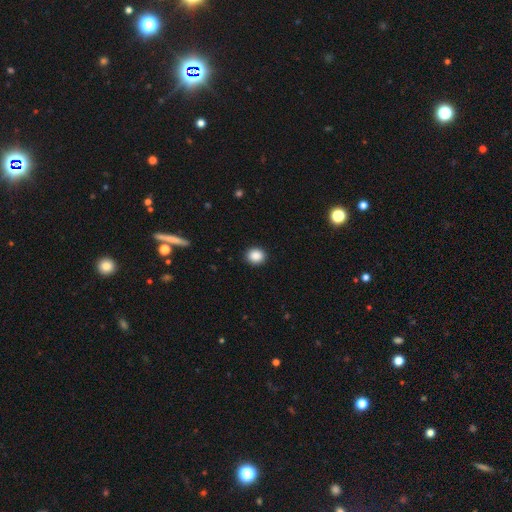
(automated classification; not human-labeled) This is clearly a smooth galaxy (88%). How rounded: likely round (80%). Merging: clearly none (91%).